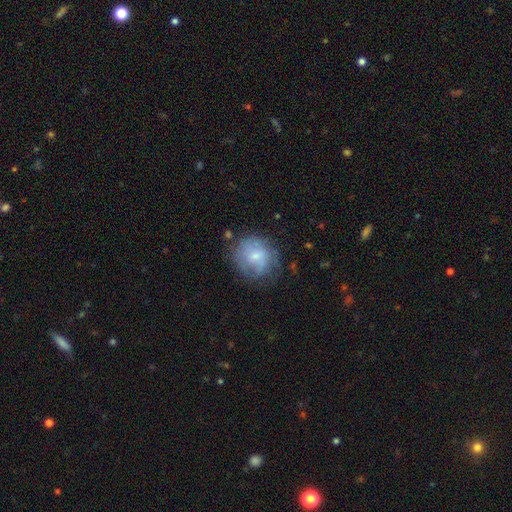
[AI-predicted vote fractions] A smooth galaxy with no disk features (53%) that is round (77%). Merging: none (58%).